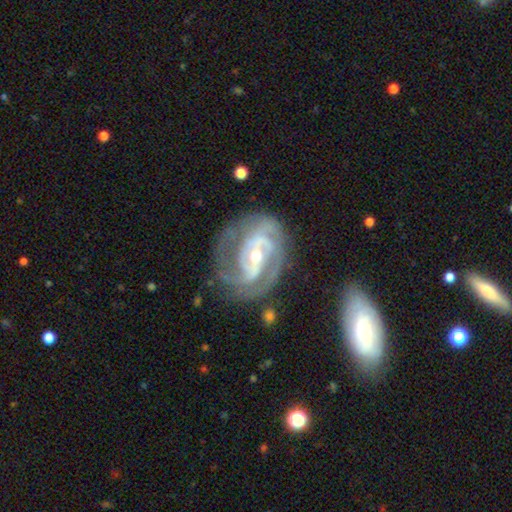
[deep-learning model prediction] This is clearly a featured or disk galaxy (90%). It is clearly not viewed edge-on (97%). Bar: marginally weak (39%). Spiral arm pattern: clearly yes (96%). Spiral arm count: possibly 2 (46%). Spiral winding: possibly tight (53%). Central bulge: possibly moderate (51%). Merging: likely none (66%).